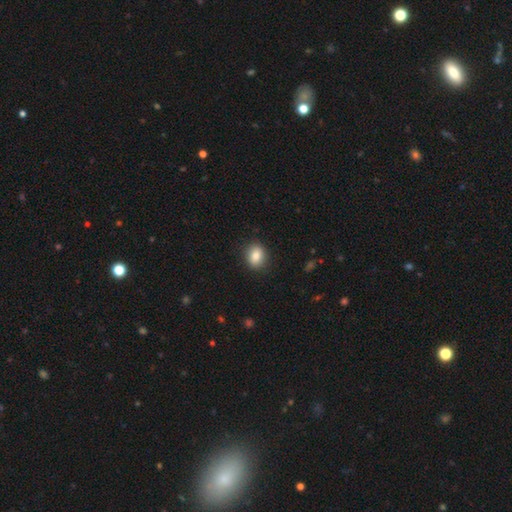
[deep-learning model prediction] smooth-or-featured: smooth: 85% | star or artifact: 8% | featured or disk: 6%
  how-rounded: in between: 53% | round: 46% | cigar-shaped: 1%
  merging: none: 87% | minor disturbance: 9% | major disturbance: 2% | merger: 1%